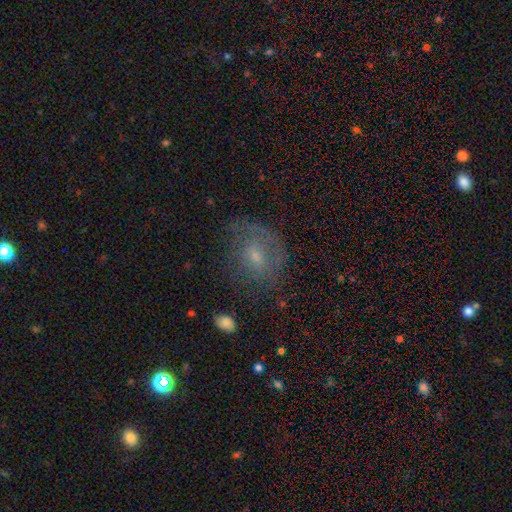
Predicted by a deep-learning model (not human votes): Smooth or featured: featured or disk — 50% (smooth — 35%)
Edge-on disk: no — 95% (yes — 5%)
Merging: none — 58% (minor disturbance — 23%)